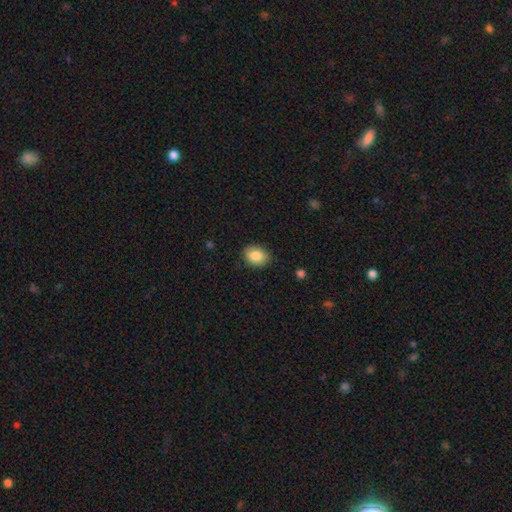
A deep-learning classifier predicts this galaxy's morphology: Smooth or featured: smooth — 86% (star or artifact — 8%)
How rounded: in between — 64% (round — 35%)
Merging: none — 87% (minor disturbance — 10%)